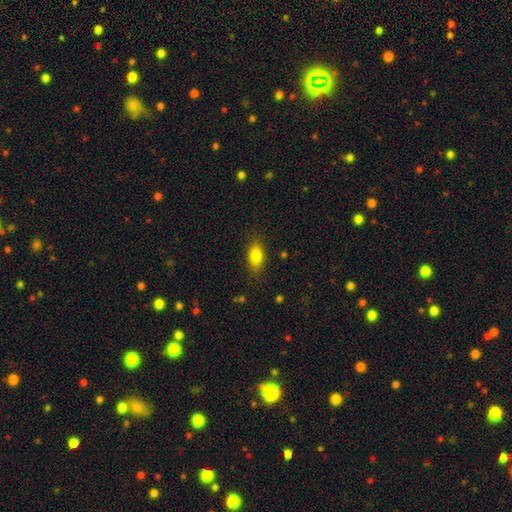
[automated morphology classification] A smooth galaxy with no disk features (81%) that is in between round and cigar-shaped (85%).

Vote fractions:
- Smooth or featured? smooth: 81% / featured or disk: 10% / star or artifact: 8%
- How rounded? in between: 85% / round: 8% / cigar-shaped: 8%
- Merging? none: 84% / minor disturbance: 11% / major disturbance: 3% / merger: 1%